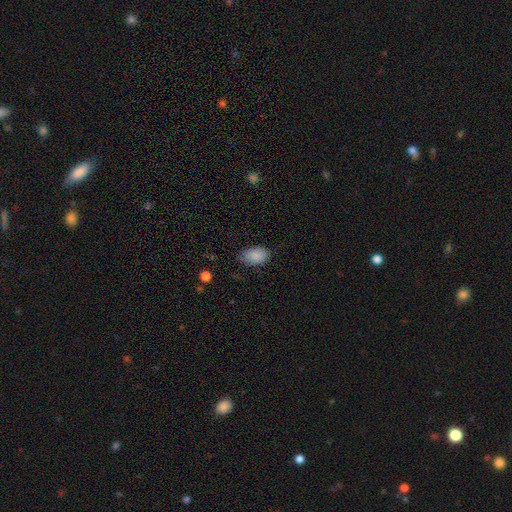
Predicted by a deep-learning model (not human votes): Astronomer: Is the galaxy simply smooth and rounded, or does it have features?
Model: smooth — 88%.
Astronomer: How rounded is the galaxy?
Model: in between — 91%.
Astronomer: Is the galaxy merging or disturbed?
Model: none — 75%.